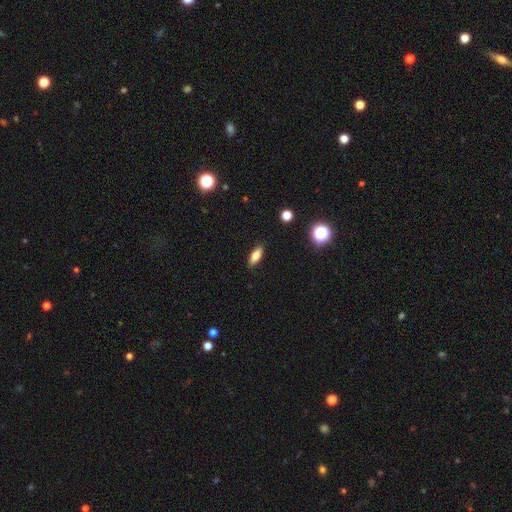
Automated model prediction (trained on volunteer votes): Q: Smooth or featured?
A: smooth (74%); runner-up: featured or disk (16%)
Q: How rounded?
A: in between (71%); runner-up: cigar-shaped (25%)
Q: Merging?
A: none (89%); runner-up: minor disturbance (8%)